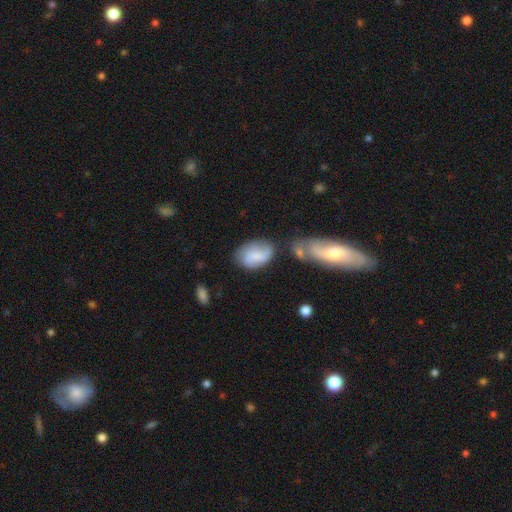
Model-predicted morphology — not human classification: The model was most divided on "smooth or featured": smooth: 59%, featured or disk: 33%, star or artifact: 8%. More confident: how rounded — in between (86%); merging — none (53%).